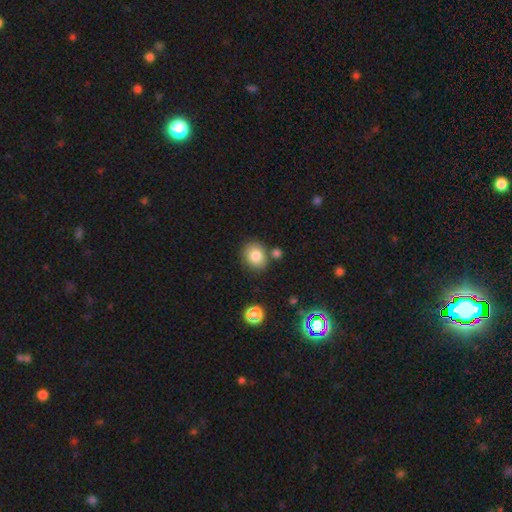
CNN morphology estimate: Smooth or featured? smooth (81%)
How rounded? round (63%)
Merging? none (74%)